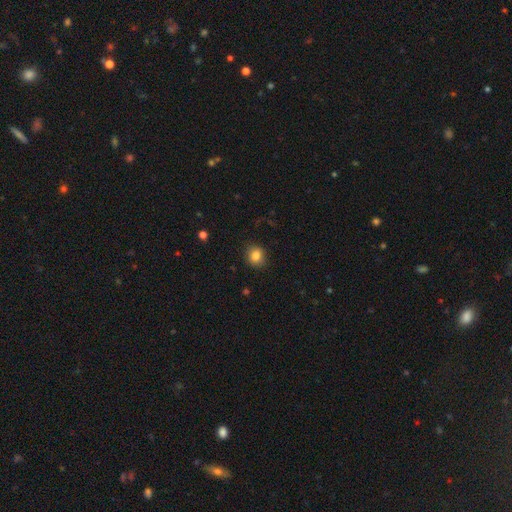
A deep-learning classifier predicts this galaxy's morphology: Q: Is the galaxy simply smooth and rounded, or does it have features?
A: smooth — 83%.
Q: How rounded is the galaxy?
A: round — 71%.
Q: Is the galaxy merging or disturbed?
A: none — 86%.